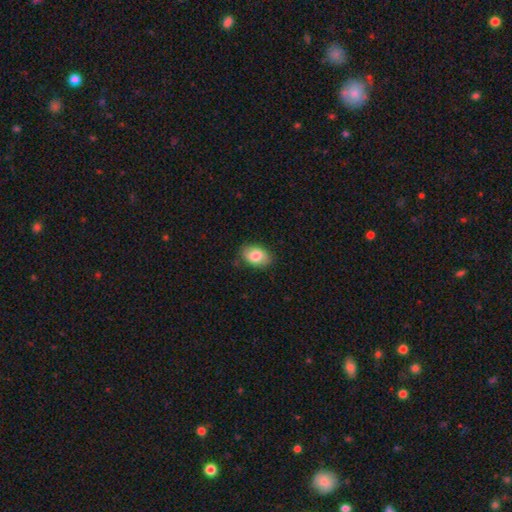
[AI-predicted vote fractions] Smooth or featured?
  - smooth: 83% *
  - featured or disk: 10%
  - star or artifact: 7%
How rounded?
  - in between: 86% *
  - round: 12%
  - cigar-shaped: 1%
Merging?
  - none: 82% *
  - minor disturbance: 14%
  - major disturbance: 3%
  - merger: 1%